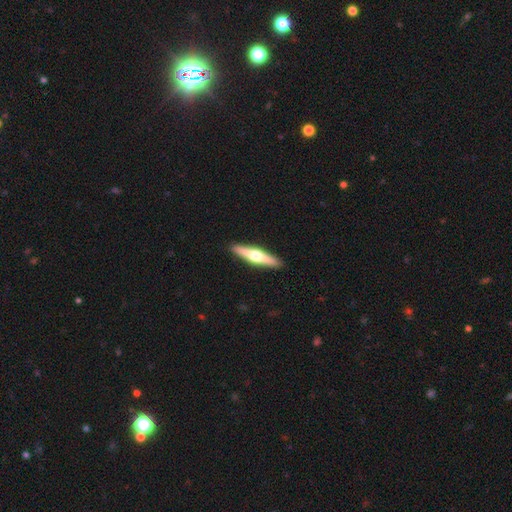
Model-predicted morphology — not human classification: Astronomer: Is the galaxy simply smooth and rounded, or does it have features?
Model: featured or disk — 59% (runner-up: smooth, 36%).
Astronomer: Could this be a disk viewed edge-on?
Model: yes — 96%.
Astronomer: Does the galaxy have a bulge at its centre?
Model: rounded — 94%.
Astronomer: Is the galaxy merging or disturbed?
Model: none — 92%.